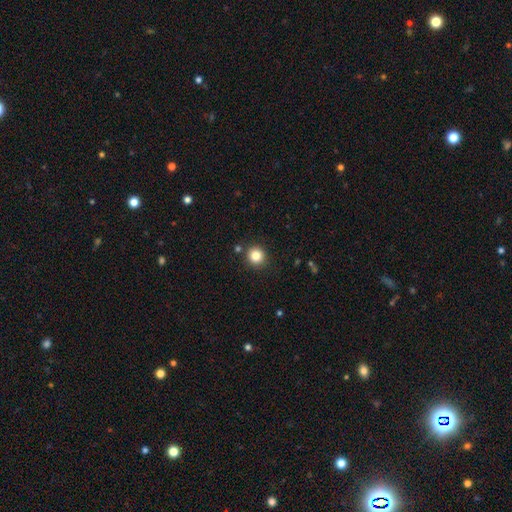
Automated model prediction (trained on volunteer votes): Smooth or featured? smooth (83%)
How rounded? round (91%)
Merging? none (87%)